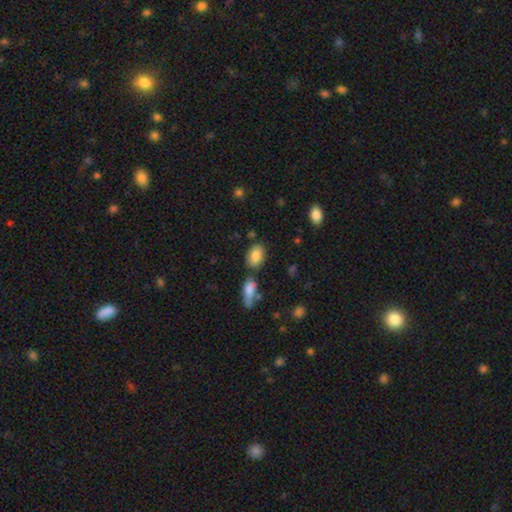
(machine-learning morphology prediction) This is clearly a smooth galaxy (84%). How rounded: clearly in between (90%). Merging: likely none (71%).